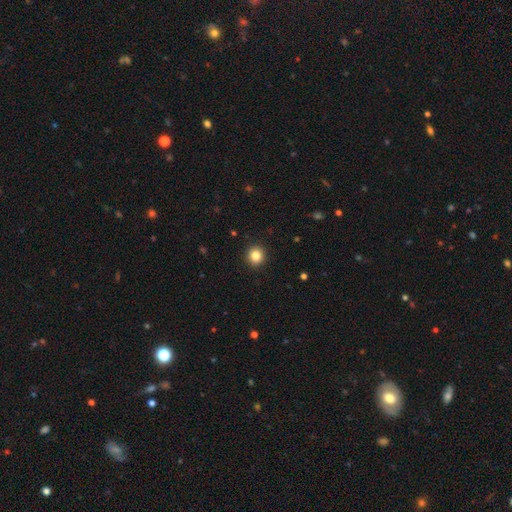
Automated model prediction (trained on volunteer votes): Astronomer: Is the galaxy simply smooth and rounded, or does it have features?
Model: smooth — 84%.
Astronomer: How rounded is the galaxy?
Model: round — 92%.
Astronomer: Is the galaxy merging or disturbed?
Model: none — 93%.